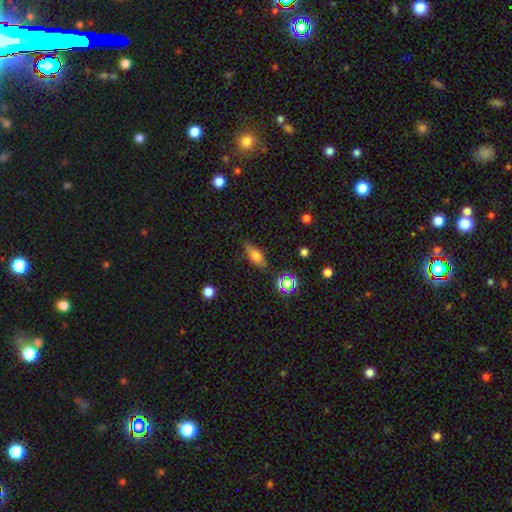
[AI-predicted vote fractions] This is likely a smooth galaxy (64%). How rounded: likely in between (65%). Merging: clearly none (81%).